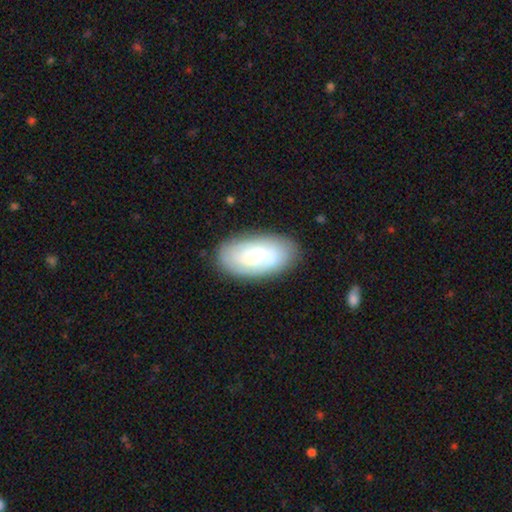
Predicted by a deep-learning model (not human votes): Smooth or featured: featured or disk — 50% (smooth — 43%)
Edge-on disk: no — 93% (yes — 7%)
Merging: none — 79% (minor disturbance — 14%)